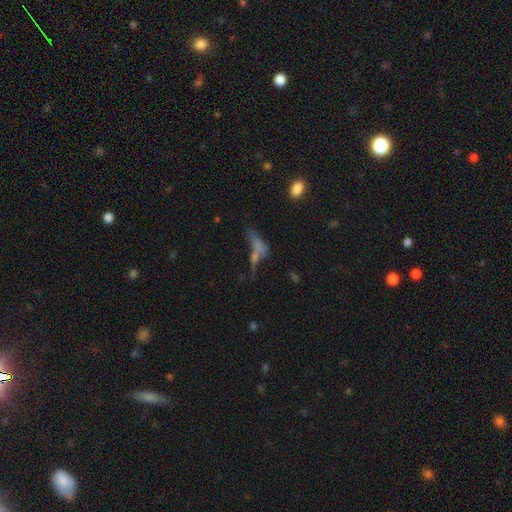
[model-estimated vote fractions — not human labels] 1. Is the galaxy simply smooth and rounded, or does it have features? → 49% smooth, 26% featured or disk, 24% star or artifact.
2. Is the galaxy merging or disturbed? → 36% none, 33% merger, 18% major disturbance, 14% minor disturbance.